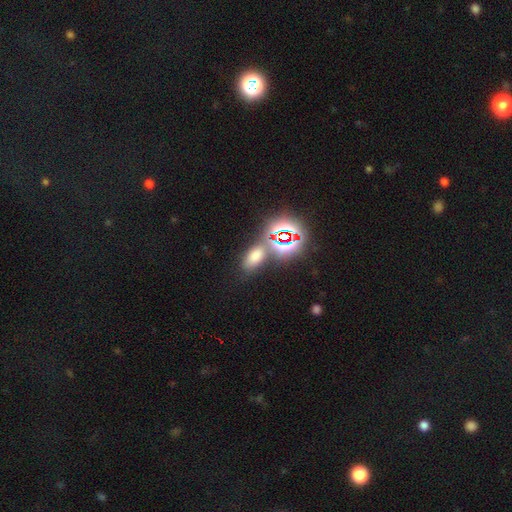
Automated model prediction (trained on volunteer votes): Q: Smooth or featured?
A: smooth (58%); runner-up: star or artifact (34%)
Q: How rounded?
A: in between (77%); runner-up: round (17%)
Q: Merging?
A: none (66%); runner-up: merger (17%)